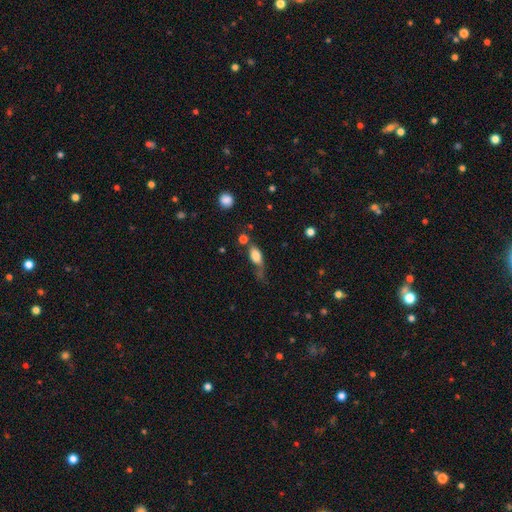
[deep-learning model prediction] Q: Smooth or featured?
A: smooth (77%); runner-up: featured or disk (15%)
Q: How rounded?
A: in between (81%); runner-up: cigar-shaped (11%)
Q: Merging?
A: none (34%); runner-up: minor disturbance (28%)